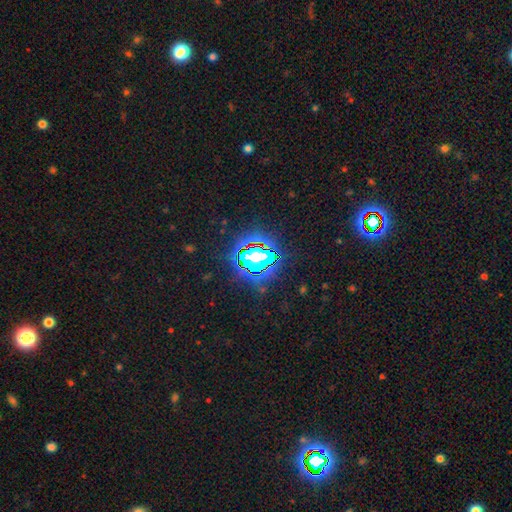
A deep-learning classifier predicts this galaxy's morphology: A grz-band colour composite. It shows a star or artifact, not a galaxy (71%).